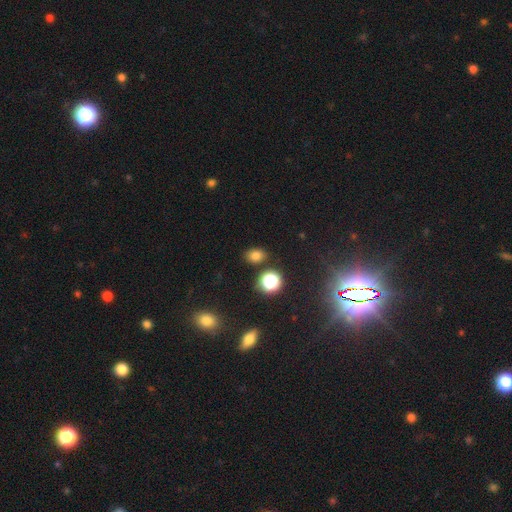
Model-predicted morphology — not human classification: A smooth galaxy with no disk features (74%) that is in between round and cigar-shaped (64%). Merging: none (83%).